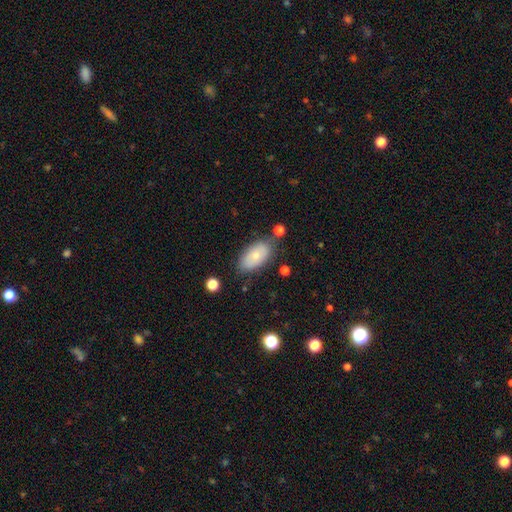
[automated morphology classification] smooth_or_featured: smooth (p=0.70) [alt: featured or disk p=0.23]
how_rounded: in between (p=0.93) [alt: round p=0.04]
merging: none (p=0.75) [alt: minor disturbance p=0.17]